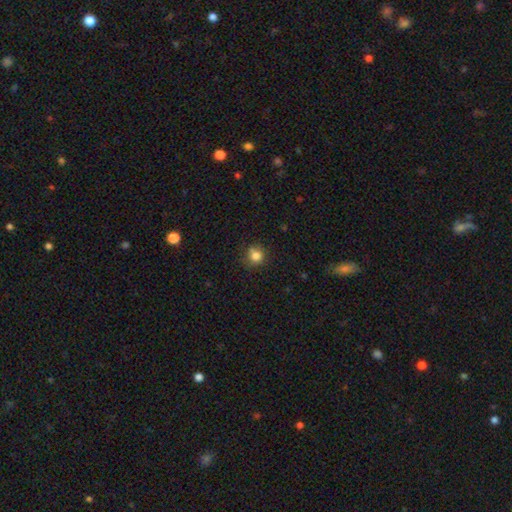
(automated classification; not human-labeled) Smooth or featured? Predicted: smooth (p=0.81). How rounded? Predicted: round (p=0.82). Merging? Predicted: none (p=0.66).